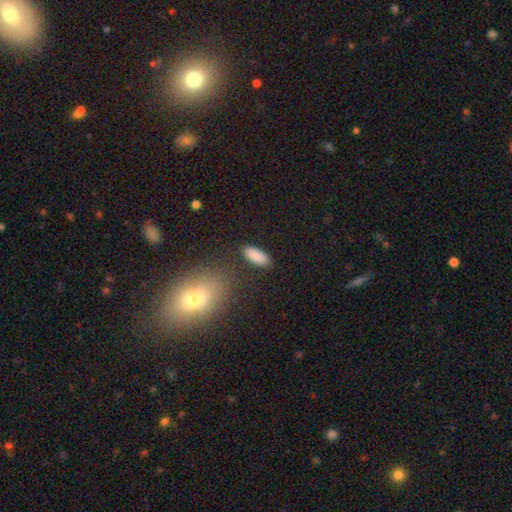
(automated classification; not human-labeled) A smooth galaxy with no disk features (88%) that is in between round and cigar-shaped (82%).

Vote fractions:
- Smooth or featured? smooth: 88% / star or artifact: 7% / featured or disk: 5%
- How rounded? in between: 82% / cigar-shaped: 16% / round: 2%
- Merging? none: 86% / minor disturbance: 10% / major disturbance: 2% / merger: 2%